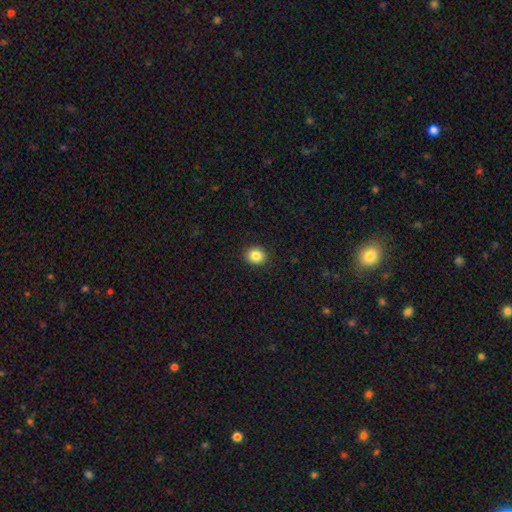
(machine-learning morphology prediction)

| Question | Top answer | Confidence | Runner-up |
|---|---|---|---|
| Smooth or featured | smooth | 84% | star or artifact (10%) |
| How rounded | round | 80% | in between (19%) |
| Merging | none | 91% | minor disturbance (6%) |